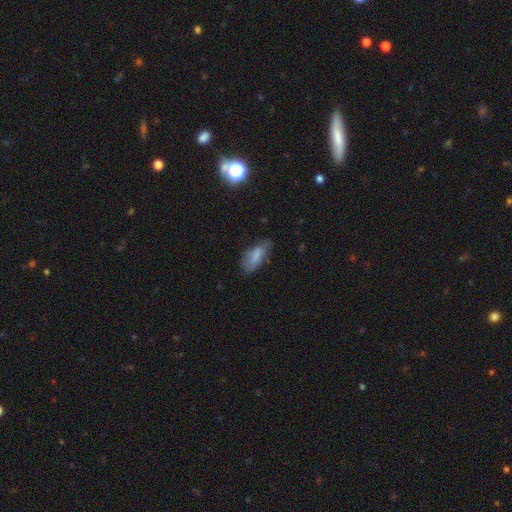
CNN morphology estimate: smooth 75%, featured or disk 17%, star or artifact 8%. Down the decision tree: how rounded — in between (81%); merging — none (57%).